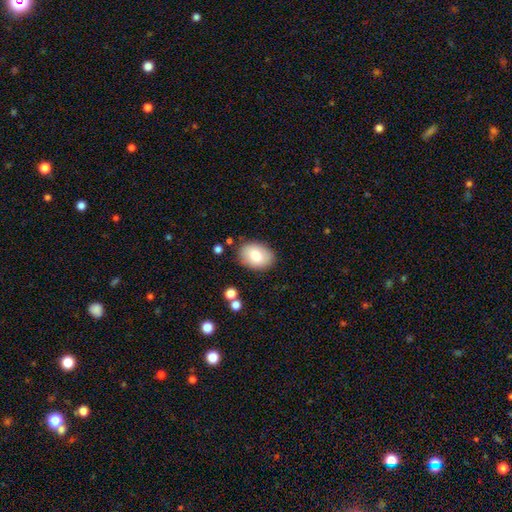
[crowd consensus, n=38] A smooth galaxy with no disk features (95%) that is in between round and cigar-shaped (83%).

Vote fractions:
- Smooth or featured? smooth: 95% / featured or disk: 3% / star or artifact: 3%
- How rounded? in between: 83% / round: 14% / cigar-shaped: 3%
- Merging? none: 78% / minor disturbance: 14% / major disturbance: 8% / merger: 0%